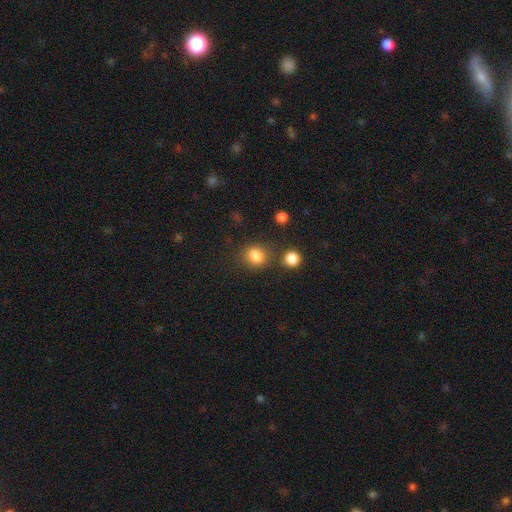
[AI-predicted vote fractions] Smooth or featured? Predicted: smooth (p=0.84). How rounded? Predicted: round (p=0.74). Merging? Predicted: none (p=0.73).